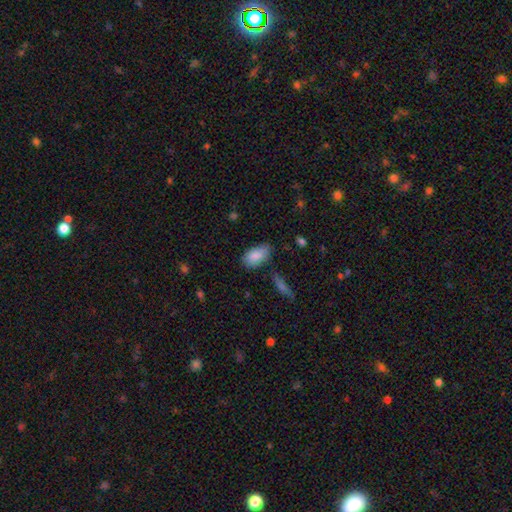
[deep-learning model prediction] Smooth or featured? Predicted: smooth (p=0.86). How rounded? Predicted: in between (p=0.93). Merging? Predicted: none (p=0.68).